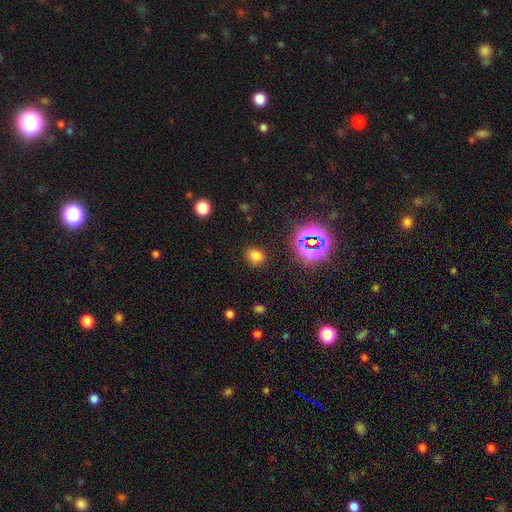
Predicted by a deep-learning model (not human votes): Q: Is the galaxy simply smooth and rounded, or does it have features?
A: smooth — 70%.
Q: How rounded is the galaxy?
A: round — 58%.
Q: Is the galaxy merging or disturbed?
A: none — 84%.